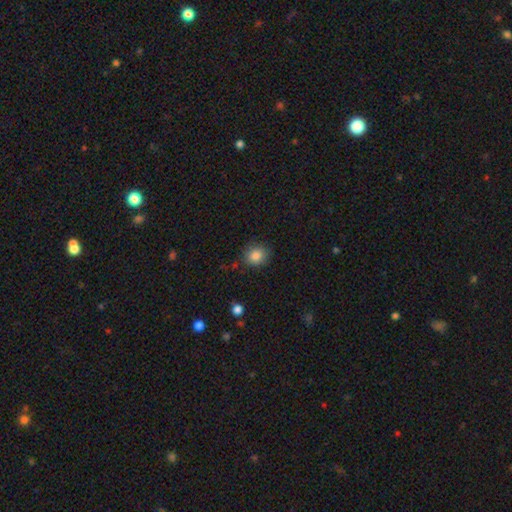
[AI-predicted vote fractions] Overall: smooth (86%). How rounded: round (76%). Merging: none (83%).